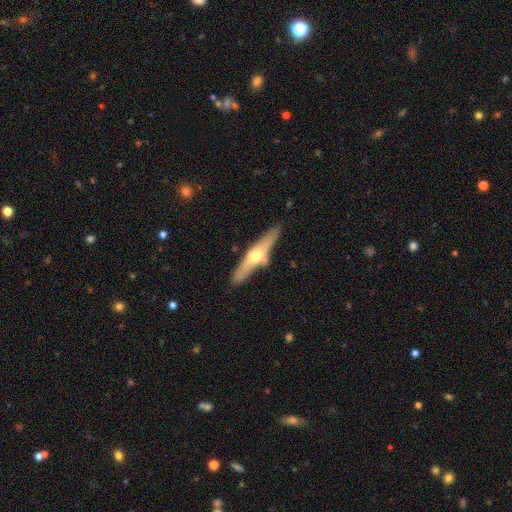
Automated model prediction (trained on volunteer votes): Overall: featured or disk (61%; smooth 33%). Edge-on disk: yes (92%). Edge-on bulge: rounded (91%). Merging: none (77%).